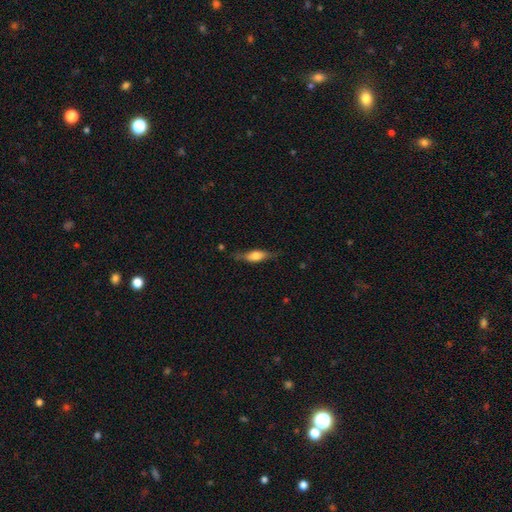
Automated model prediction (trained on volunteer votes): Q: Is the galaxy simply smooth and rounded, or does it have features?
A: smooth — 50%.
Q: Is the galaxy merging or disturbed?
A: none — 73%.